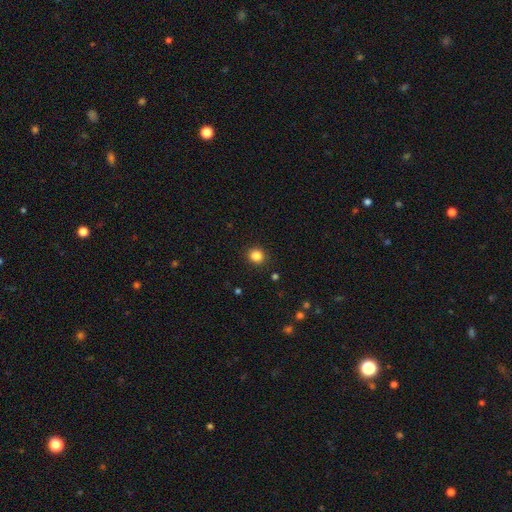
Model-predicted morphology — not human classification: Q: Smooth or featured?
A: smooth (85%); runner-up: star or artifact (12%)
Q: How rounded?
A: round (83%); runner-up: in between (16%)
Q: Merging?
A: none (90%); runner-up: minor disturbance (7%)